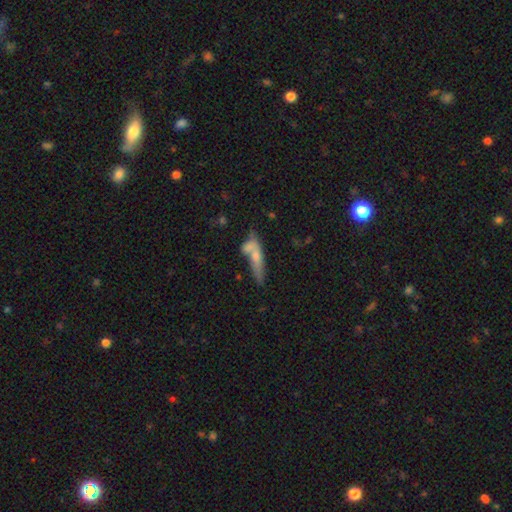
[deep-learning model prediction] Smooth or featured?
  - smooth: 53% *
  - featured or disk: 37%
  - star or artifact: 10%
How rounded?
  - cigar-shaped: 68% *
  - in between: 28%
  - round: 4%
Merging?
  - none: 37% *
  - merger: 33%
  - minor disturbance: 18%
  - major disturbance: 11%